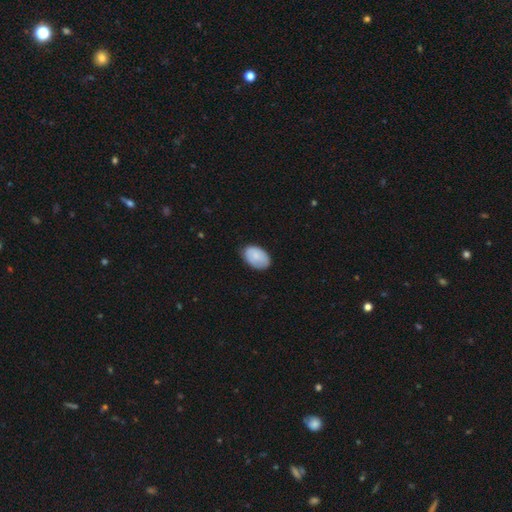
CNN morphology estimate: This is clearly a smooth galaxy (81%). How rounded: clearly in between (90%). Merging: likely none (78%).